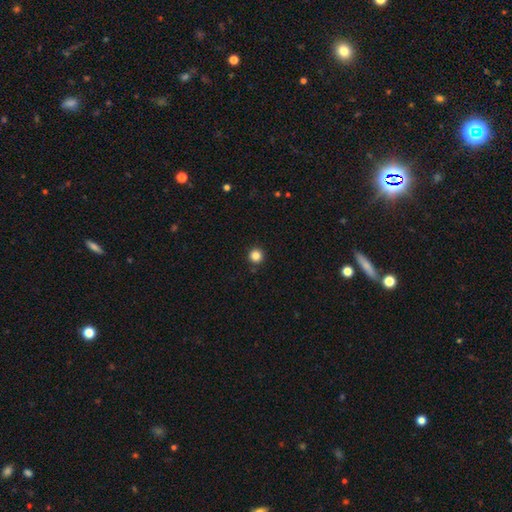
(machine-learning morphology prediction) Smooth or featured? Predicted: smooth (p=0.85). How rounded? Predicted: round (p=0.95). Merging? Predicted: none (p=0.92).